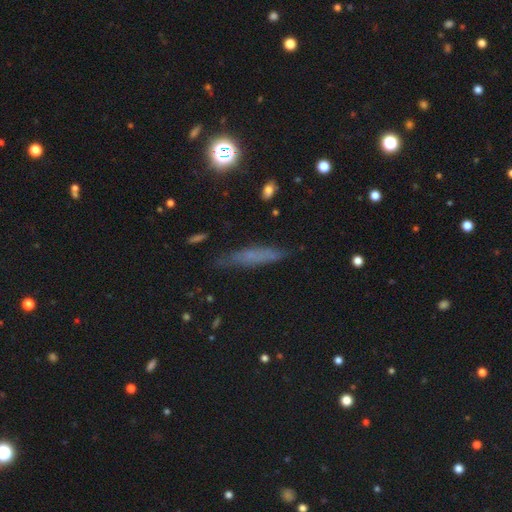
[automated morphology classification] smooth 55%, featured or disk 28%, star or artifact 17%. Down the decision tree: how rounded — cigar-shaped (84%); merging — none (78%).